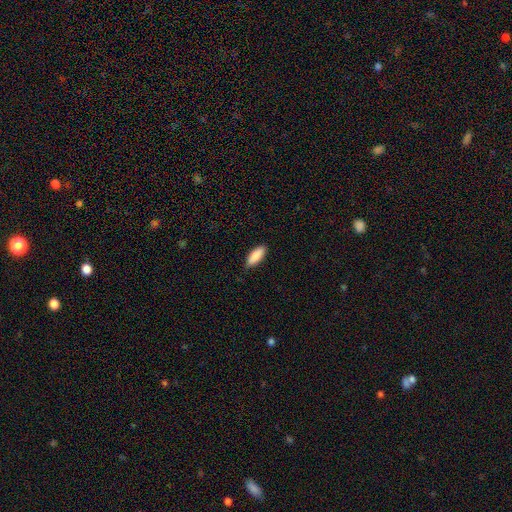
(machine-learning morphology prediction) Q: Smooth or featured?
A: smooth (88%); runner-up: featured or disk (7%)
Q: How rounded?
A: in between (72%); runner-up: cigar-shaped (26%)
Q: Merging?
A: none (84%); runner-up: minor disturbance (13%)